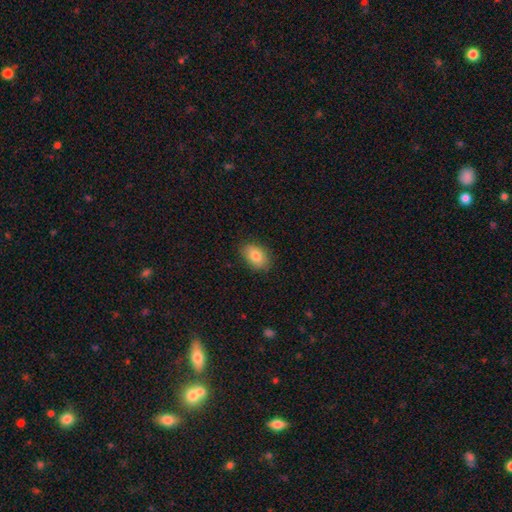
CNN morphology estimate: A smooth galaxy with no disk features (83%) that is in between round and cigar-shaped (85%).

Vote fractions:
- Smooth or featured? smooth: 83% / featured or disk: 9% / star or artifact: 8%
- How rounded? in between: 85% / round: 14% / cigar-shaped: 1%
- Merging? none: 84% / minor disturbance: 12% / major disturbance: 3% / merger: 1%